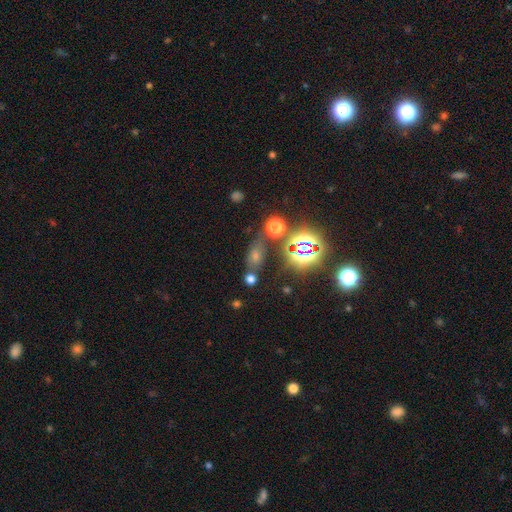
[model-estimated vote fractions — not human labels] A star or artifact, not a galaxy (56%).